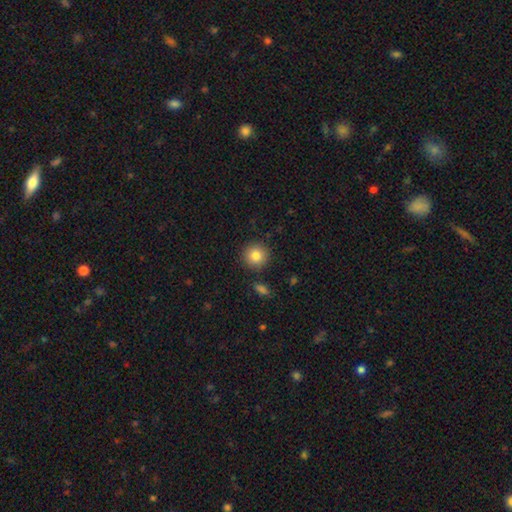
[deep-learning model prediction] Morphology: type=smooth (82%); roundness=round (94%); merging=none (89%).